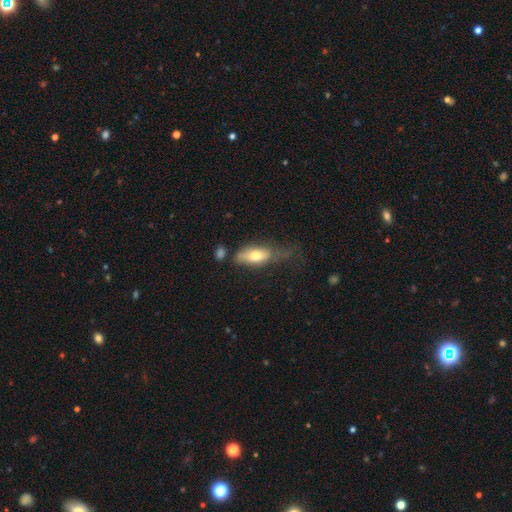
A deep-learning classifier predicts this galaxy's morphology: This is likely a smooth galaxy (67%). How rounded: likely in between (74%). Merging: marginally none (37%).